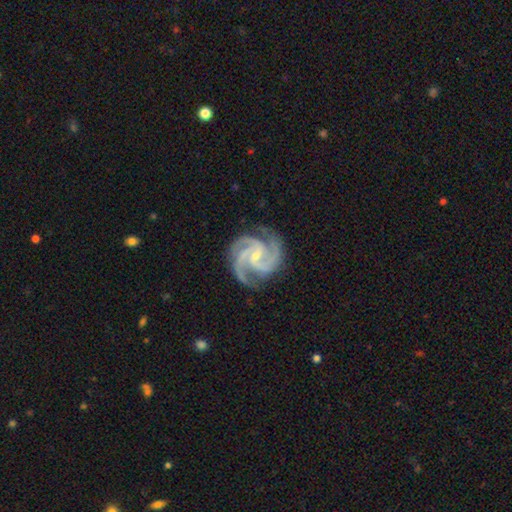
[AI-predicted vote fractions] This is clearly a featured or disk galaxy (95%). It is clearly not viewed edge-on (99%). Bar: marginally no (43%). Spiral arm pattern: clearly yes (99%). Spiral arm count: likely 3 (69%). Spiral winding: possibly medium (49%). Central bulge: likely small (72%). Merging: clearly none (81%).